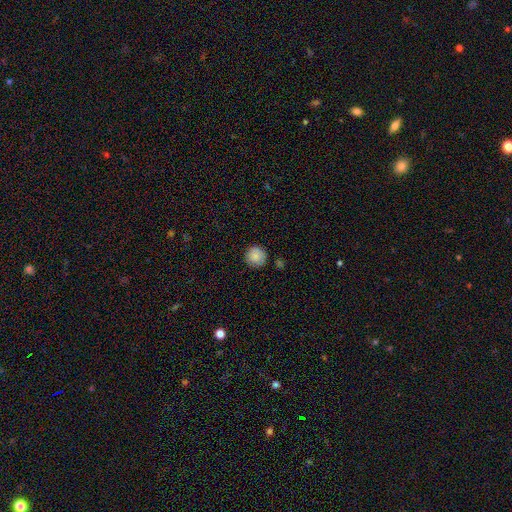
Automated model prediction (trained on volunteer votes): The model was most divided on "merging": none: 86%, minor disturbance: 10%, merger: 3%, major disturbance: 2%. More confident: how rounded — round (94%); smooth or featured — smooth (86%).